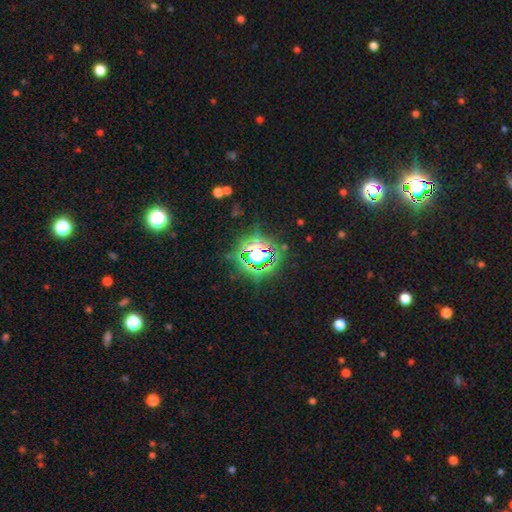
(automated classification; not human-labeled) The model was most divided on "smooth or featured": star or artifact: 82%, smooth: 11%, featured or disk: 7%.